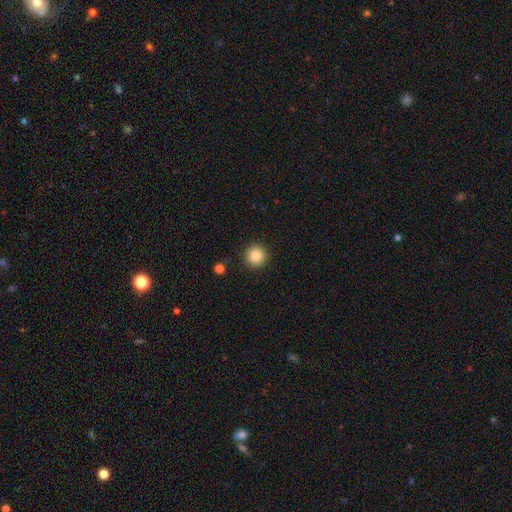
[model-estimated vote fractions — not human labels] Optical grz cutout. It shows a smooth galaxy with no disk features (87%) that is round (95%). Merging: none (92%).